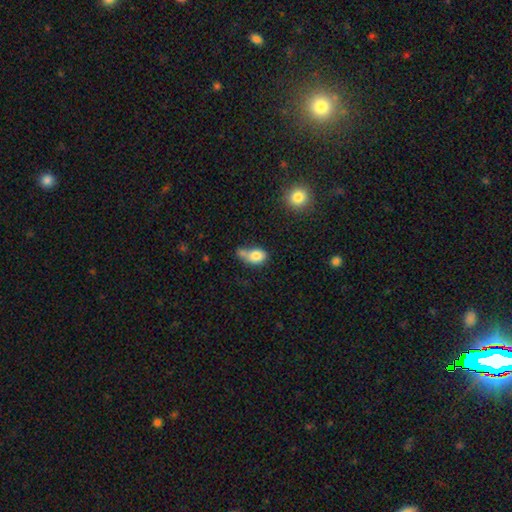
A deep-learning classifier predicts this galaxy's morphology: A smooth galaxy with no disk features (79%) that is in between round and cigar-shaped (73%).

Vote fractions:
- Smooth or featured? smooth: 79% / featured or disk: 12% / star or artifact: 9%
- How rounded? in between: 73% / round: 24% / cigar-shaped: 3%
- Merging? merger: 36% / none: 27% / minor disturbance: 22% / major disturbance: 14%